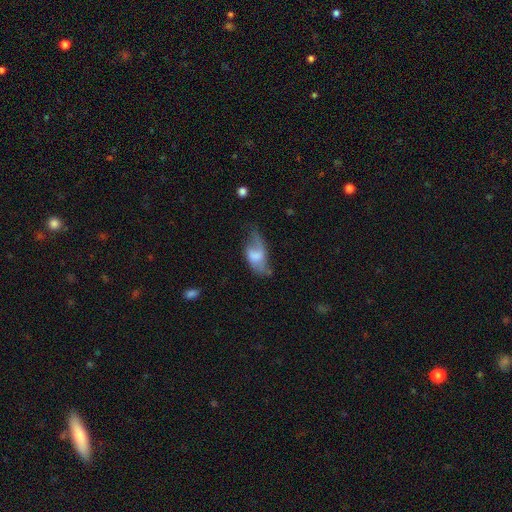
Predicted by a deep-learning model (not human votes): Smooth or featured? Predicted: featured or disk (p=0.46). Merging? Predicted: major disturbance (p=0.33).